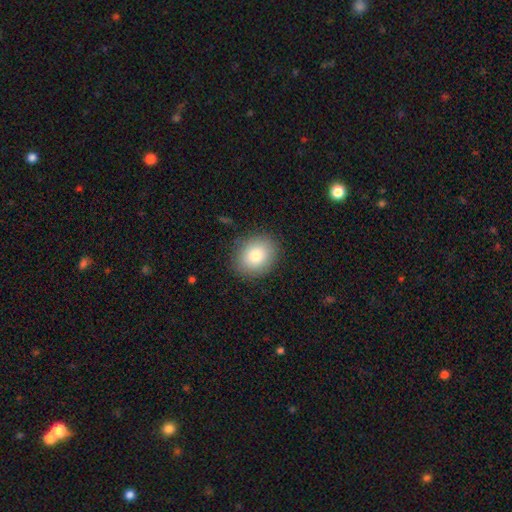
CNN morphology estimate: smooth-or-featured: smooth: 79% | featured or disk: 11% | star or artifact: 10%
  how-rounded: round: 64% | in between: 35% | cigar-shaped: 1%
  merging: none: 87% | minor disturbance: 9% | major disturbance: 3% | merger: 1%